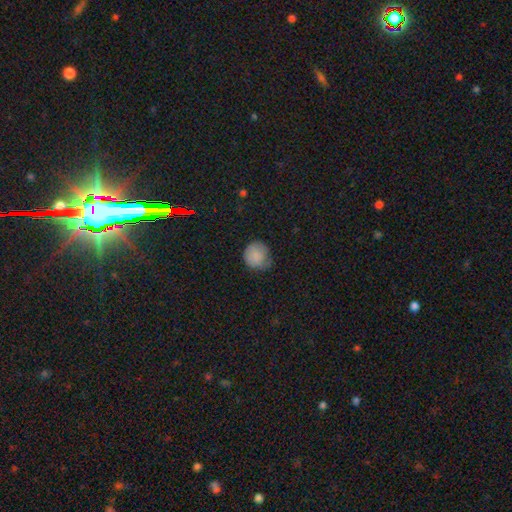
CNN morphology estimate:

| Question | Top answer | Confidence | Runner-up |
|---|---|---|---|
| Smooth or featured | smooth | 83% | star or artifact (9%) |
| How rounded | round | 89% | in between (10%) |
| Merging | none | 61% | minor disturbance (30%) |